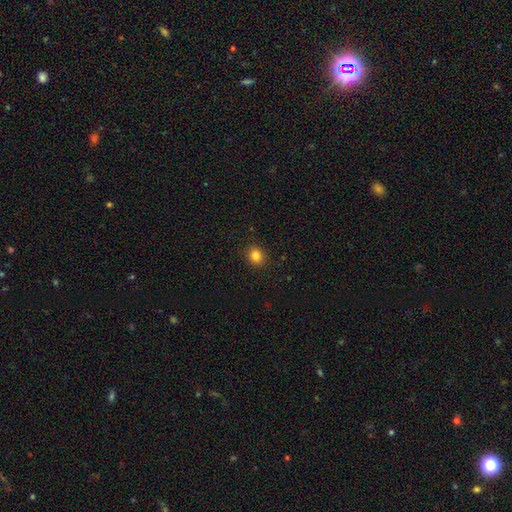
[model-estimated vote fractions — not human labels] Smooth or featured: smooth — 84% (star or artifact — 12%)
How rounded: round — 75% (in between — 24%)
Merging: none — 90% (minor disturbance — 7%)